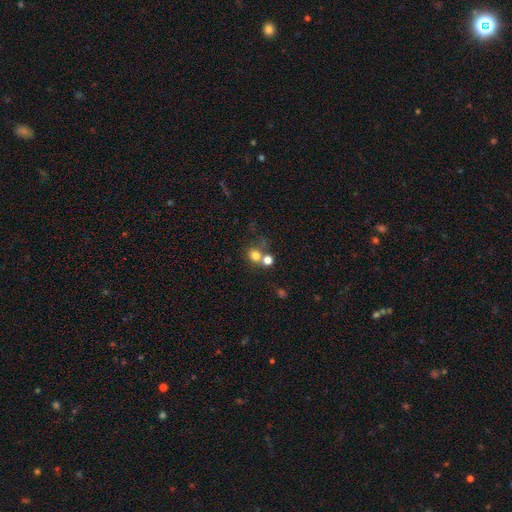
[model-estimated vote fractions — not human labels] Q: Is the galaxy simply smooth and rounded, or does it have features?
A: smooth — 74%.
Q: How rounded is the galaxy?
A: round — 84%.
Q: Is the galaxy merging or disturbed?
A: none — 47%.